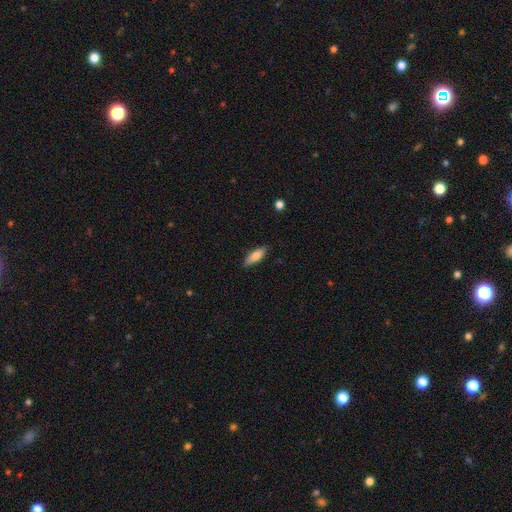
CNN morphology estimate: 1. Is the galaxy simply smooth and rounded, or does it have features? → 77% smooth, 16% featured or disk, 6% star or artifact.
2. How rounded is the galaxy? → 54% in between, 44% cigar-shaped, 2% round.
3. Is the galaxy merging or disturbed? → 83% none, 13% minor disturbance, 2% major disturbance, 1% merger.